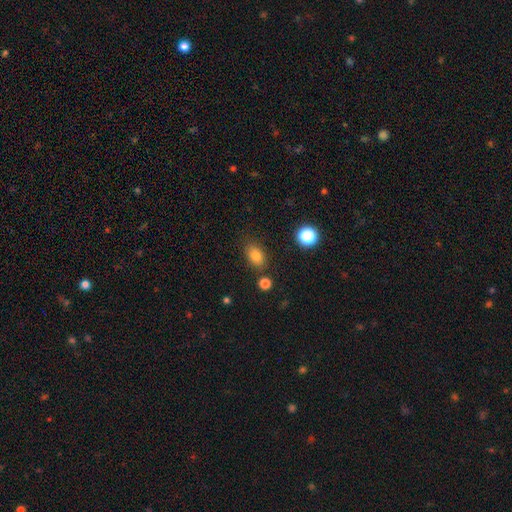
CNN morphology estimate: Smooth or featured?
  - smooth: 82% *
  - star or artifact: 11%
  - featured or disk: 7%
How rounded?
  - in between: 83% *
  - round: 15%
  - cigar-shaped: 2%
Merging?
  - none: 78% *
  - minor disturbance: 13%
  - merger: 5%
  - major disturbance: 4%